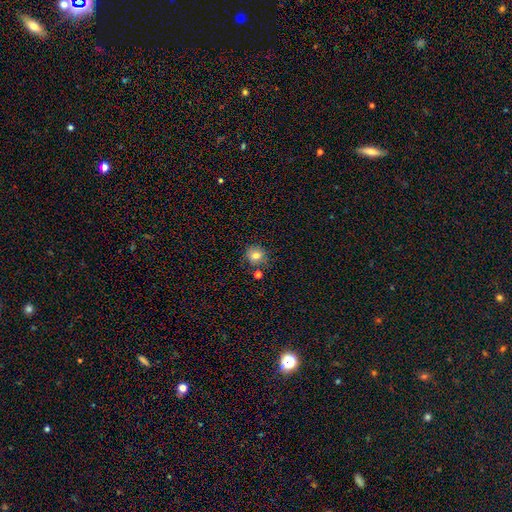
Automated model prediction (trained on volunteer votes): Smooth or featured? Predicted: smooth (p=0.77). How rounded? Predicted: round (p=0.87). Merging? Predicted: none (p=0.75).